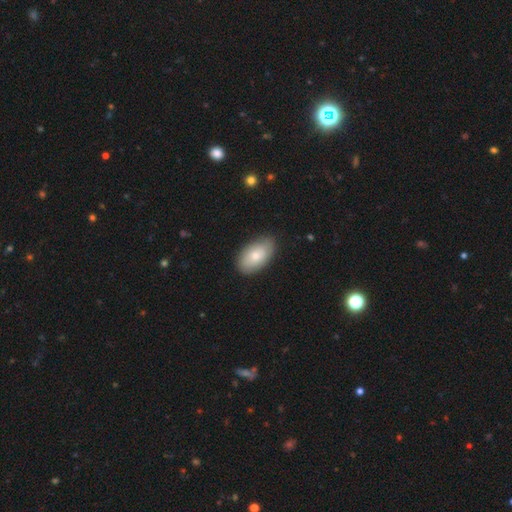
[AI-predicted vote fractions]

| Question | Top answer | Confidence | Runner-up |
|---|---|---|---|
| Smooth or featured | smooth | 74% | featured or disk (20%) |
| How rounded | in between | 93% | round (5%) |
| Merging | none | 81% | minor disturbance (15%) |